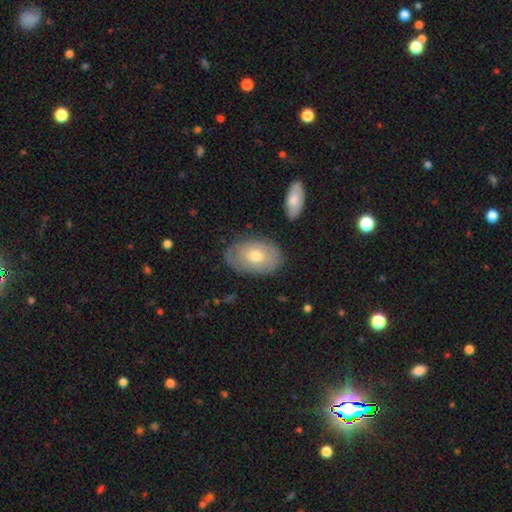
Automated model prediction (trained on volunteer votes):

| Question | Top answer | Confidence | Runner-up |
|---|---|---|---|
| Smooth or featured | smooth | 54% | featured or disk (40%) |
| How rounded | in between | 88% | round (11%) |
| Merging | none | 77% | minor disturbance (17%) |